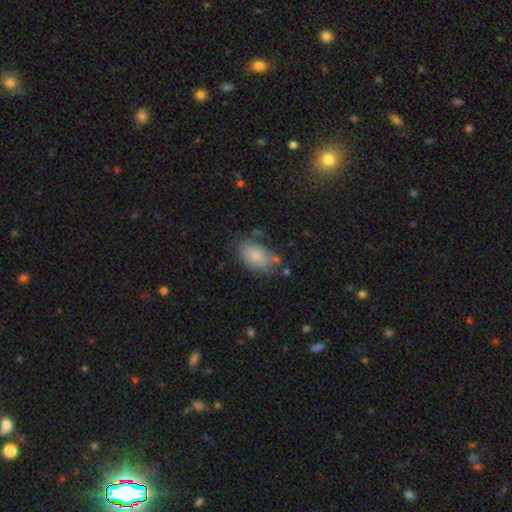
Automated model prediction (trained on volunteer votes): A smooth galaxy with no disk features (82%) that is in between round and cigar-shaped (91%). Merging: none (67%).